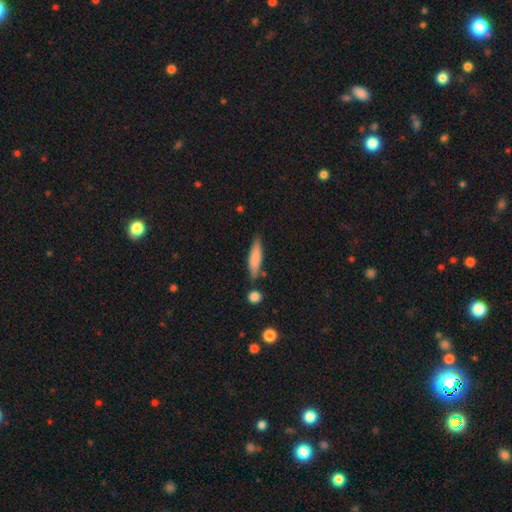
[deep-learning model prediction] Overall: smooth (71%). How rounded: cigar-shaped (78%). Merging: none (81%).